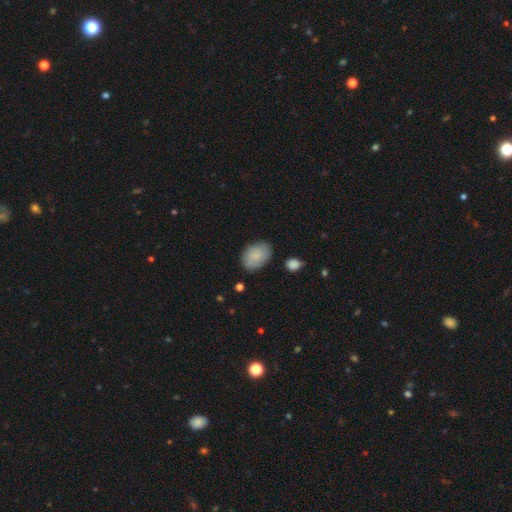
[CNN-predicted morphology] A smooth galaxy with no disk features (84%) that is in between round and cigar-shaped (85%).

Vote fractions:
- Smooth or featured? smooth: 84% / featured or disk: 10% / star or artifact: 6%
- How rounded? in between: 85% / round: 14% / cigar-shaped: 1%
- Merging? none: 78% / minor disturbance: 16% / major disturbance: 4% / merger: 2%